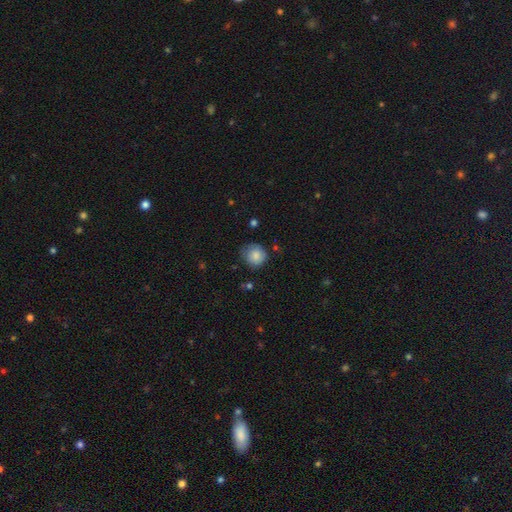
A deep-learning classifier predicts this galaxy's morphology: This appears to be a smooth galaxy with no disk features (83%) that is round (87%). Merging: none (68%).